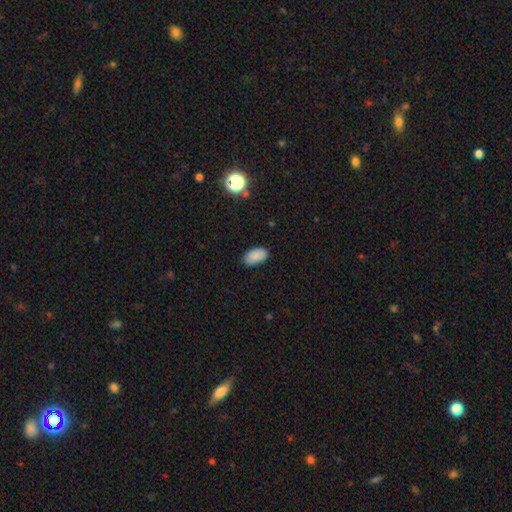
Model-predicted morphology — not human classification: Smooth or featured?
  - smooth: 87% *
  - star or artifact: 9%
  - featured or disk: 4%
How rounded?
  - in between: 94% *
  - round: 4%
  - cigar-shaped: 2%
Merging?
  - none: 84% *
  - minor disturbance: 12%
  - major disturbance: 2%
  - merger: 1%